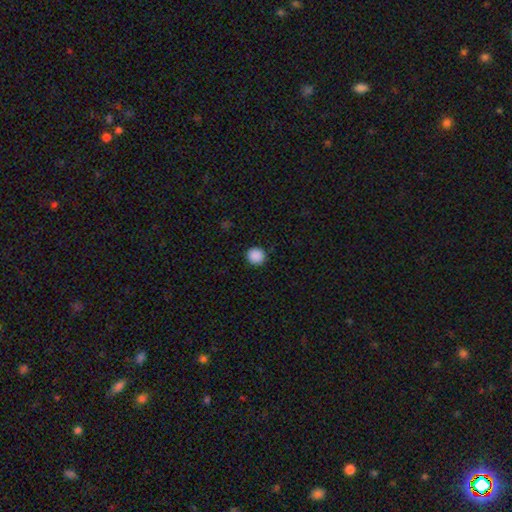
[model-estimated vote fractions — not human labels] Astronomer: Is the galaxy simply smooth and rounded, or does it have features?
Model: smooth — 89%.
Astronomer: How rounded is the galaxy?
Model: round — 92%.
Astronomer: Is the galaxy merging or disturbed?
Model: none — 92%.